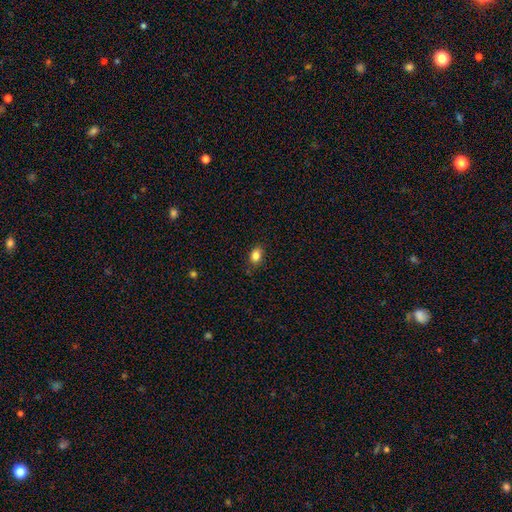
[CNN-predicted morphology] smooth 84%, star or artifact 11%, featured or disk 6%. Down the decision tree: how rounded — in between (68%); merging — none (85%).